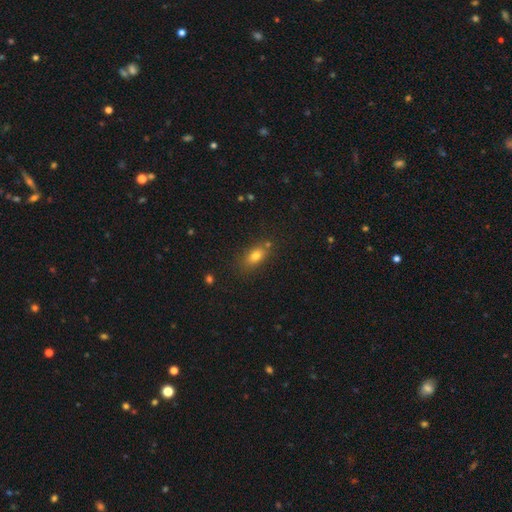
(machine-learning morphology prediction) The model was most divided on "merging": none: 72%, minor disturbance: 15%, merger: 8%, major disturbance: 4%. More confident: how rounded — in between (79%); smooth or featured — smooth (76%).